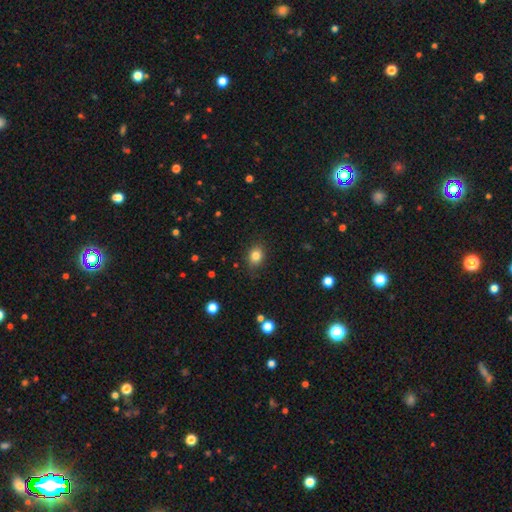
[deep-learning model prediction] A smooth galaxy with no disk features (83%) that is in between round and cigar-shaped (51%).

Vote fractions:
- Smooth or featured? smooth: 83% / star or artifact: 11% / featured or disk: 6%
- How rounded? in between: 51% / round: 48% / cigar-shaped: 1%
- Merging? none: 83% / minor disturbance: 13% / major disturbance: 3% / merger: 1%